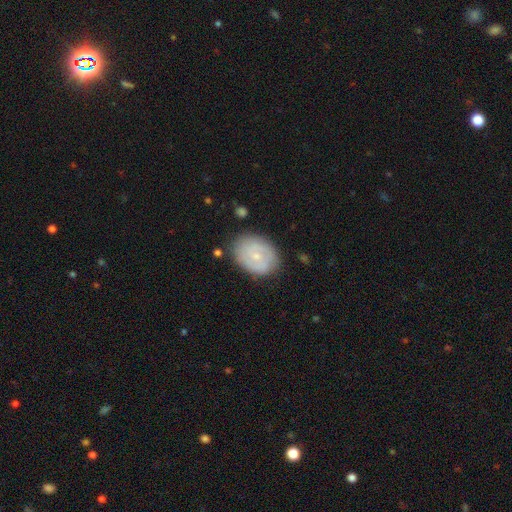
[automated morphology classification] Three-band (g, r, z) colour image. It shows a featured or disk galaxy (59%) with no bar (67%), spiral arms (77%) and a small central bulge (71%). Merging: none (80%).